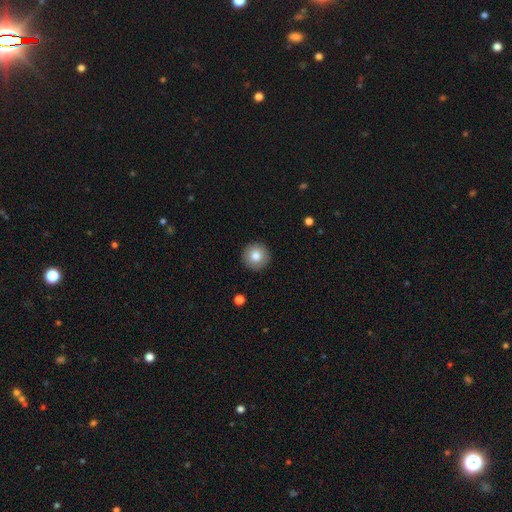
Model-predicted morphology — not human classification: Smooth or featured?
  - smooth: 82% *
  - featured or disk: 9%
  - star or artifact: 9%
How rounded?
  - round: 96% *
  - in between: 3%
  - cigar-shaped: 1%
Merging?
  - none: 92% *
  - minor disturbance: 5%
  - major disturbance: 2%
  - merger: 1%